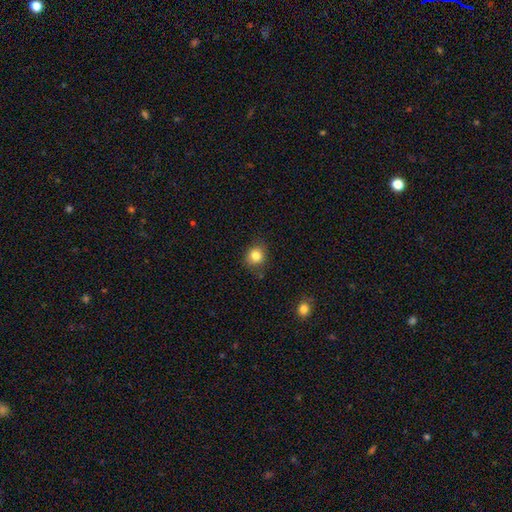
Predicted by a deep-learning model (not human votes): Overall: smooth (82%). How rounded: round (80%). Merging: none (82%).